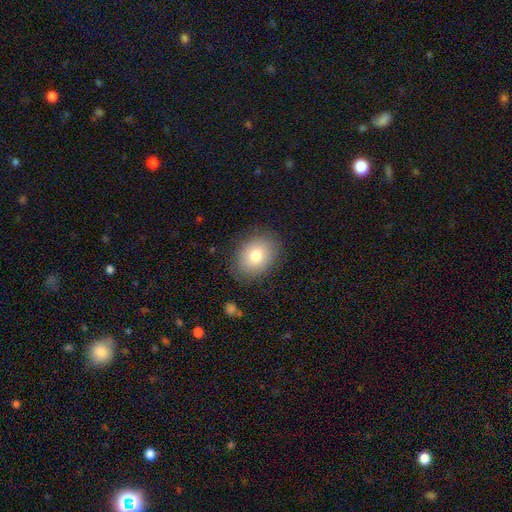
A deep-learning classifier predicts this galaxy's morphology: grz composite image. It shows a smooth galaxy with no disk features (78%) that is in between round and cigar-shaped (62%). Merging: none (83%).